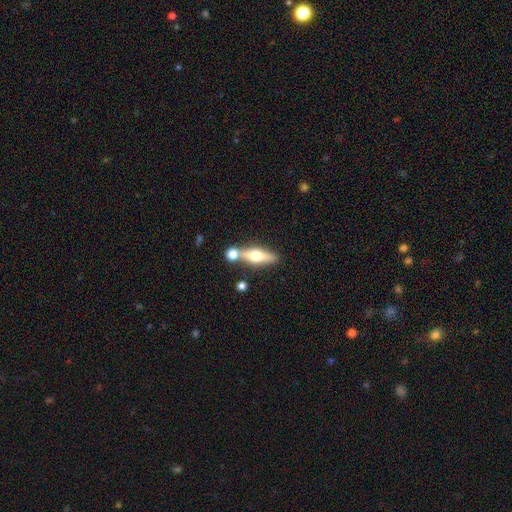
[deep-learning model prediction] A smooth galaxy with no disk features (47%).

Vote fractions:
- Smooth or featured? smooth: 47% / featured or disk: 46% / star or artifact: 7%
- Merging? none: 63% / merger: 21% / minor disturbance: 12% / major disturbance: 4%